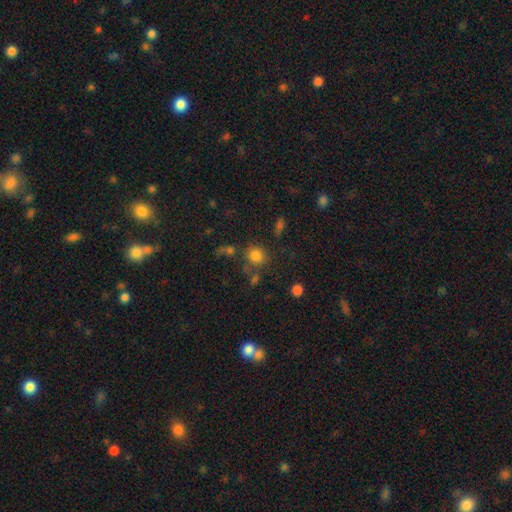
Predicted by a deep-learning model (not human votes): smooth 78%, star or artifact 15%, featured or disk 7%. Down the decision tree: how rounded — round (87%); merging — none (70%).